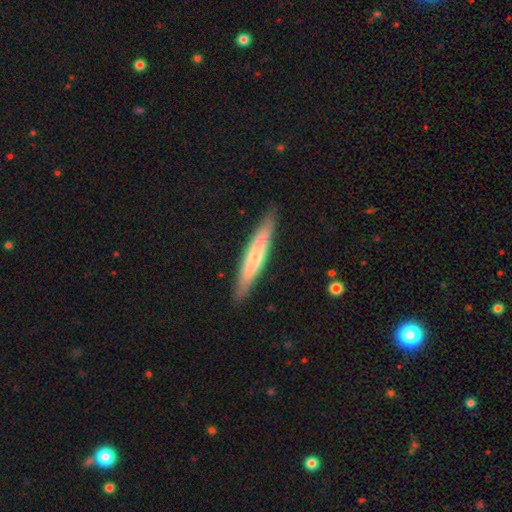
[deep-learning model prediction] smooth-or-featured: smooth: 56% | featured or disk: 39% | star or artifact: 5%
  how-rounded: cigar-shaped: 92% | in between: 6% | round: 1%
  merging: none: 90% | minor disturbance: 8% | major disturbance: 2% | merger: 1%